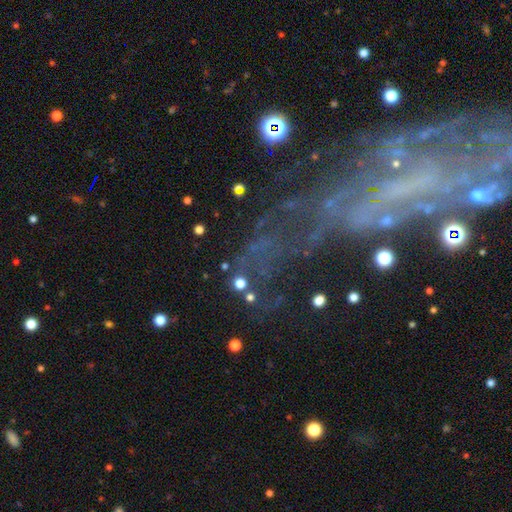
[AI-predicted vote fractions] Smooth or featured?
  - featured or disk: 65% *
  - star or artifact: 20%
  - smooth: 15%
Edge-on disk?
  - no: 85% *
  - yes: 15%
Bar?
  - no: 52% *
  - weak: 27%
  - strong: 21%
Spiral arms?
  - yes: 60% *
  - no: 40%
Bulge size?
  - none: 56% *
  - small: 25%
  - moderate: 13%
  - large: 4%
  - dominant: 2%
Merging?
  - none: 48% *
  - major disturbance: 26%
  - minor disturbance: 20%
  - merger: 6%